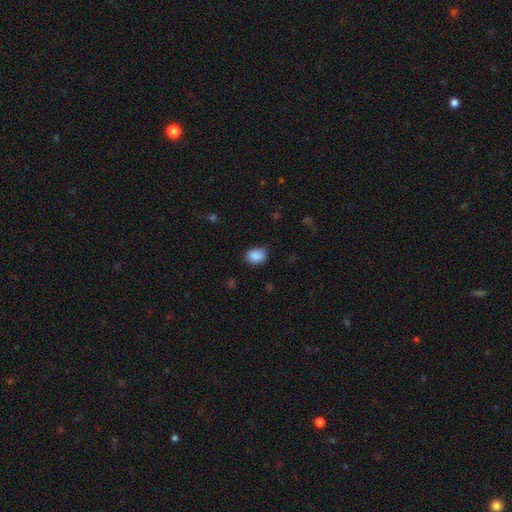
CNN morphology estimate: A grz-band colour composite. It shows a smooth galaxy with no disk features (88%) that is in between round and cigar-shaped (61%). Merging: none (76%).